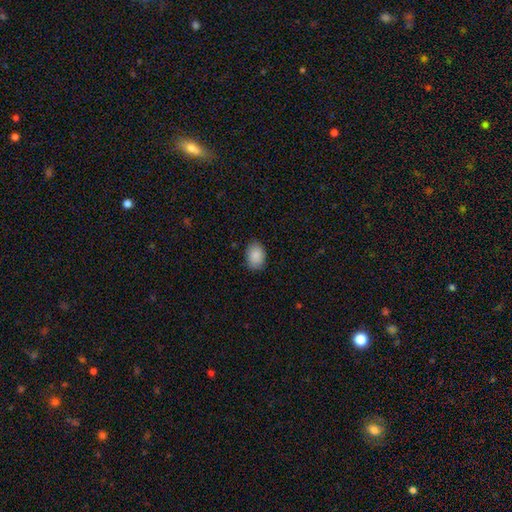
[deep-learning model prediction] A smooth galaxy with no disk features (89%) that is in between round and cigar-shaped (80%). Merging: none (84%).